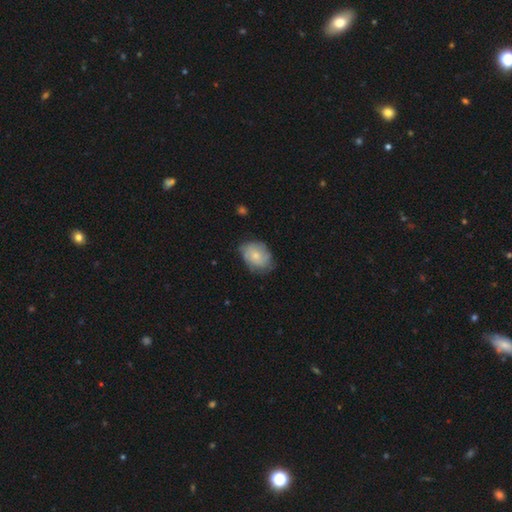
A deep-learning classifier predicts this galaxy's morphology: This is likely a smooth galaxy (64%). How rounded: likely in between (68%). Merging: likely none (62%).